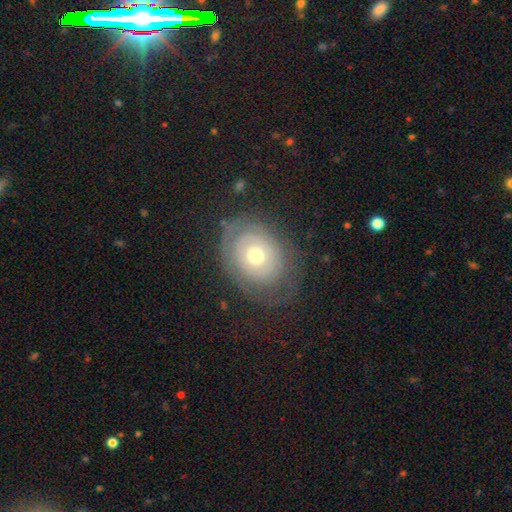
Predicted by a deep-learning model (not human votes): smooth_or_featured: featured or disk (p=0.59) [alt: smooth p=0.33]
disk_edge_on: no (p=0.94) [alt: yes p=0.06]
bar: no (p=0.89) [alt: weak p=0.09]
has_spiral_arms: no (p=0.54) [alt: yes p=0.46]
bulge_size: moderate (p=0.64) [alt: small p=0.28]
merging: none (p=0.70) [alt: minor disturbance p=0.18]